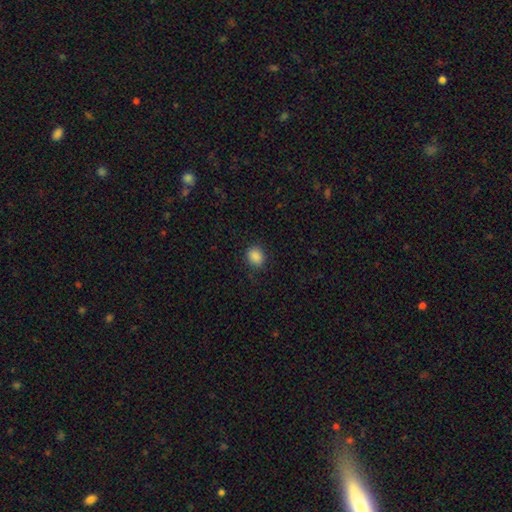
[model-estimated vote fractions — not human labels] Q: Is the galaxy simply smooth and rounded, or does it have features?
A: smooth — 88%.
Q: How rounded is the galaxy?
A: round — 72%.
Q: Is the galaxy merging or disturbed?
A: none — 88%.